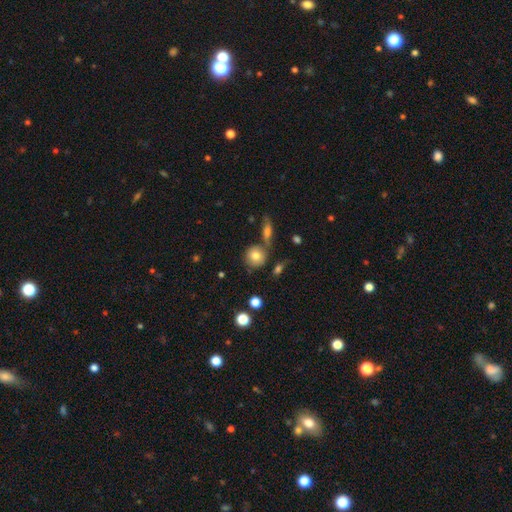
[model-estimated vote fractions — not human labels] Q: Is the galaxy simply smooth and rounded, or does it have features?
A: smooth — 78%.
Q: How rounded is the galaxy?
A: round — 87%.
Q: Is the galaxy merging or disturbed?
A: none — 72%.